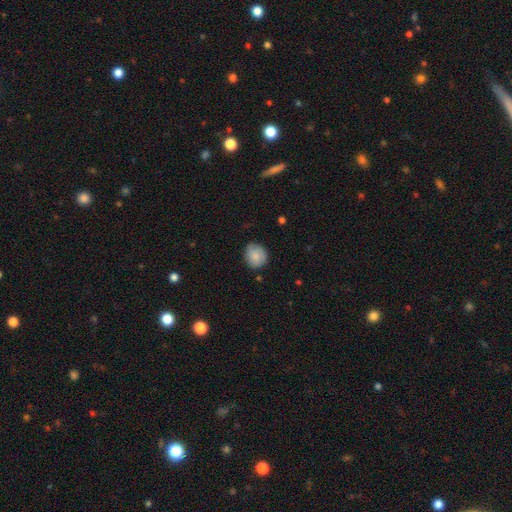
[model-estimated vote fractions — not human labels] Smooth or featured: smooth — 83% (featured or disk — 10%)
How rounded: round — 76% (in between — 23%)
Merging: none — 75% (minor disturbance — 20%)